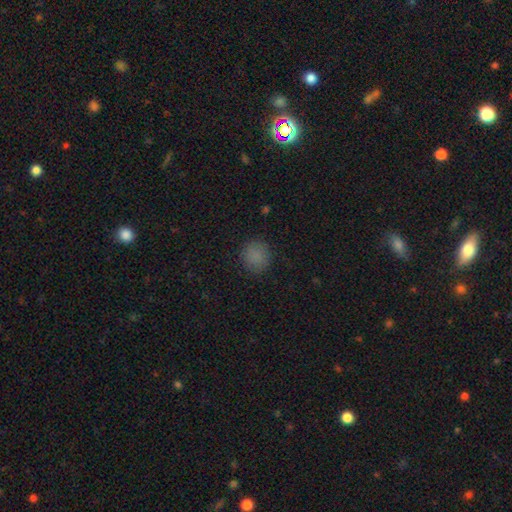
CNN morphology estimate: type=smooth (84%); roundness=round (88%); merging=none (87%).